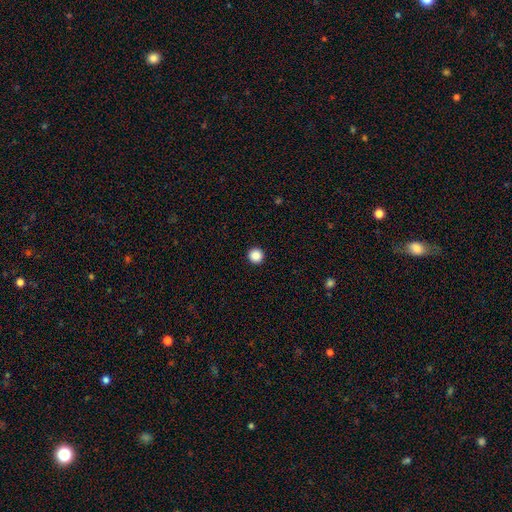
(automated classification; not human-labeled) A smooth galaxy with no disk features (87%) that is round (97%). Merging: none (94%).